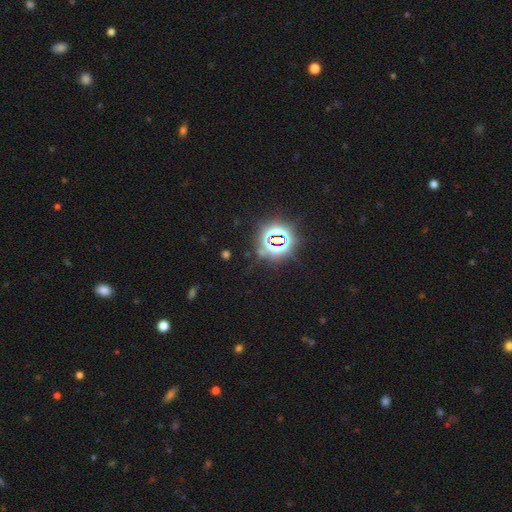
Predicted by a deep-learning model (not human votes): Overall: star or artifact (83%).